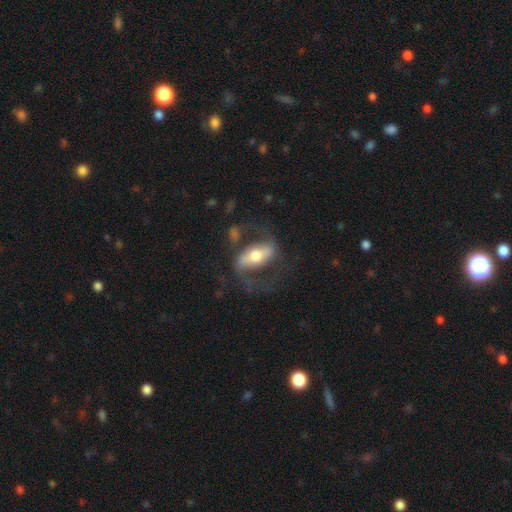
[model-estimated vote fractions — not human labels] Smooth or featured?
  - featured or disk: 72% *
  - smooth: 22%
  - star or artifact: 6%
Edge-on disk?
  - no: 88% *
  - yes: 12%
Bar?
  - strong: 58% *
  - weak: 25%
  - no: 18%
Spiral arms?
  - yes: 80% *
  - no: 20%
Spiral winding?
  - medium: 45% *
  - loose: 41%
  - tight: 14%
Spiral arm count?
  - 2: 88% *
  - can't tell: 6%
  - 1: 3%
  - 3: 1%
  - 4: 1%
  - more than 4: 1%
Bulge size?
  - moderate: 63% *
  - large: 17%
  - small: 15%
  - dominant: 2%
  - none: 1%
Merging?
  - none: 58% *
  - major disturbance: 22%
  - minor disturbance: 17%
  - merger: 4%